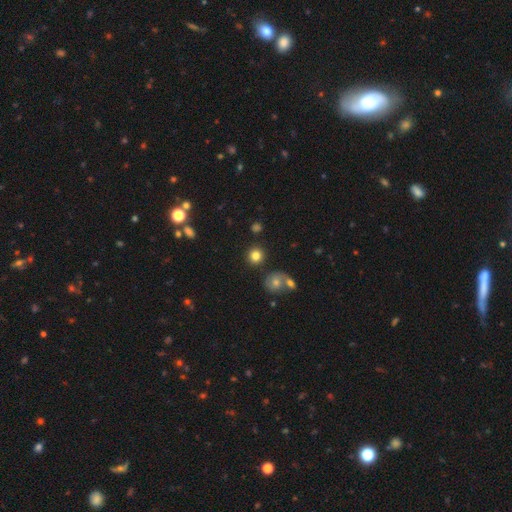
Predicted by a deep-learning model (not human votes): The model was most divided on "smooth or featured": smooth: 81%, star or artifact: 11%, featured or disk: 7%. More confident: how rounded — round (90%); merging — none (84%).